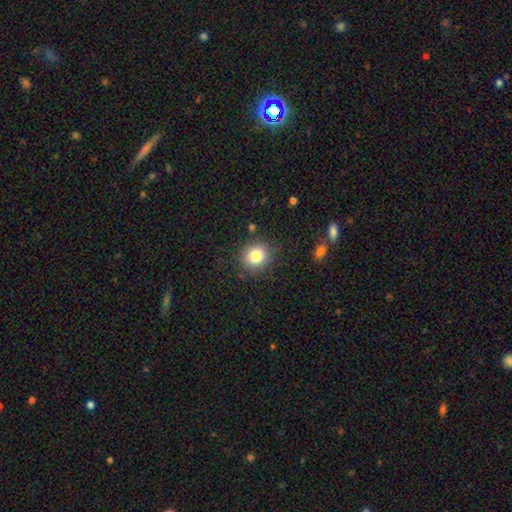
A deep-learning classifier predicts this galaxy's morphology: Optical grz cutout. It shows a smooth galaxy with no disk features (82%) that is round (86%). Merging: none (86%).